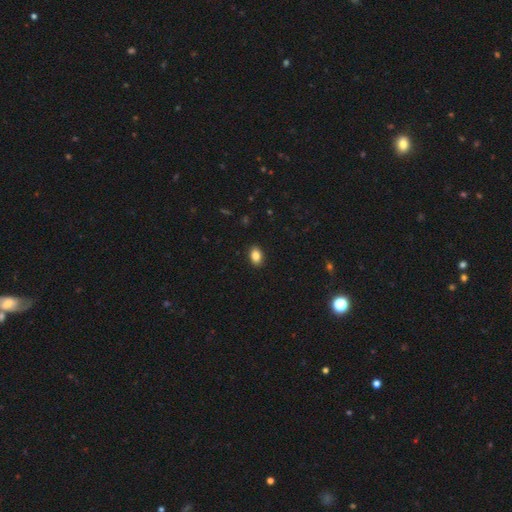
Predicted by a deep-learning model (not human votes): Morphology: type=smooth (86%); roundness=in between (85%); merging=none (90%).